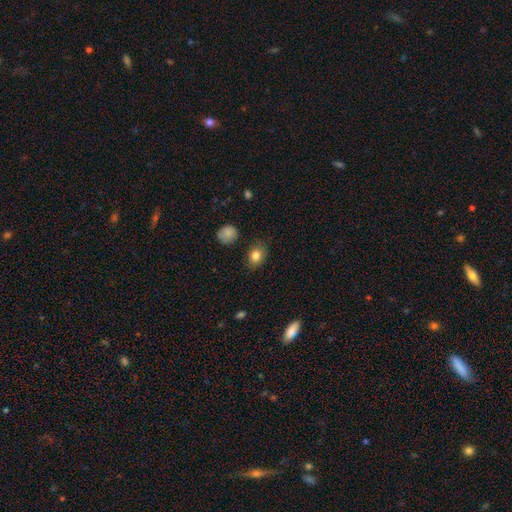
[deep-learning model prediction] Smooth or featured: smooth — 83% (star or artifact — 10%)
How rounded: in between — 60% (round — 39%)
Merging: none — 82% (minor disturbance — 13%)